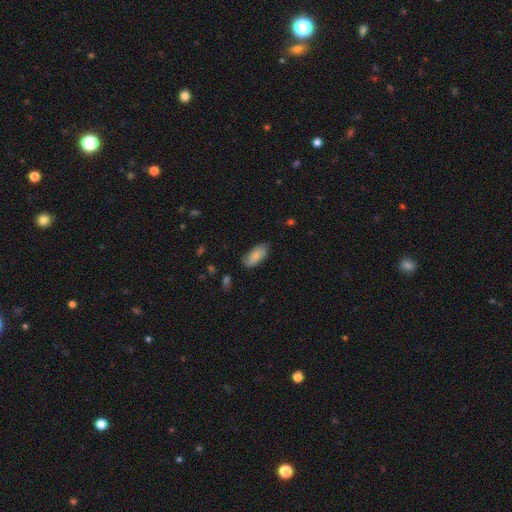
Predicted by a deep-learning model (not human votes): smooth_or_featured: smooth (p=0.75) [alt: featured or disk p=0.19]
how_rounded: in between (p=0.89) [alt: cigar-shaped p=0.09]
merging: none (p=0.76) [alt: minor disturbance p=0.19]